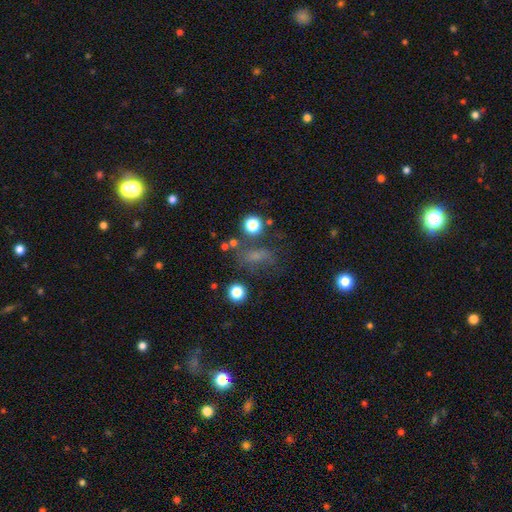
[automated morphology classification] A smooth galaxy with no disk features (57%) that is in between round and cigar-shaped (62%).

Vote fractions:
- Smooth or featured? smooth: 57% / star or artifact: 25% / featured or disk: 18%
- How rounded? in between: 62% / round: 30% / cigar-shaped: 8%
- Merging? none: 55% / minor disturbance: 21% / major disturbance: 18% / merger: 7%